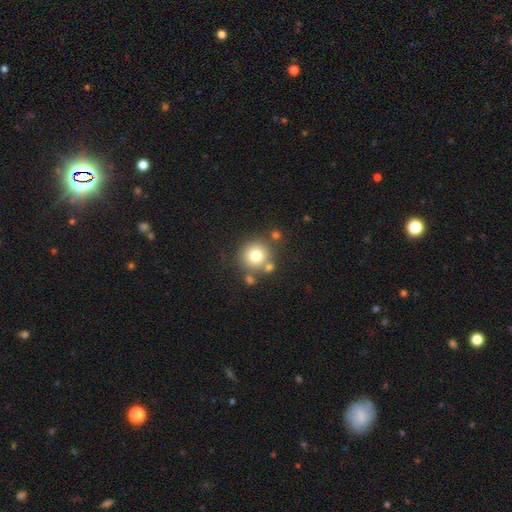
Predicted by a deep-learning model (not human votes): A smooth galaxy with no disk features (77%) that is round (92%).

Vote fractions:
- Smooth or featured? smooth: 77% / star or artifact: 12% / featured or disk: 11%
- How rounded? round: 92% / in between: 7% / cigar-shaped: 1%
- Merging? none: 72% / merger: 13% / minor disturbance: 10% / major disturbance: 4%